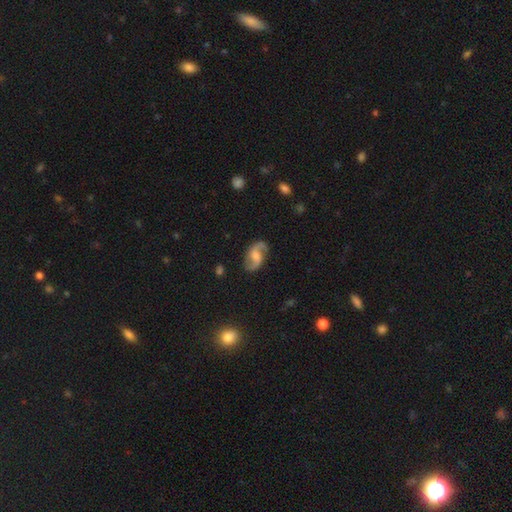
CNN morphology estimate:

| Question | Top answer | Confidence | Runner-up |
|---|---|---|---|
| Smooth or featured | featured or disk | 85% | smooth (10%) |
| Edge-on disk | no | 97% | yes (3%) |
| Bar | weak | 47% | no (40%) |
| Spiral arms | yes | 96% | no (4%) |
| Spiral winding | loose | 49% | medium (42%) |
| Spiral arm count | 2 | 93% | can't tell (2%) |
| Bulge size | moderate | 44% | small (26%) |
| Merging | none | 81% | minor disturbance (13%) |